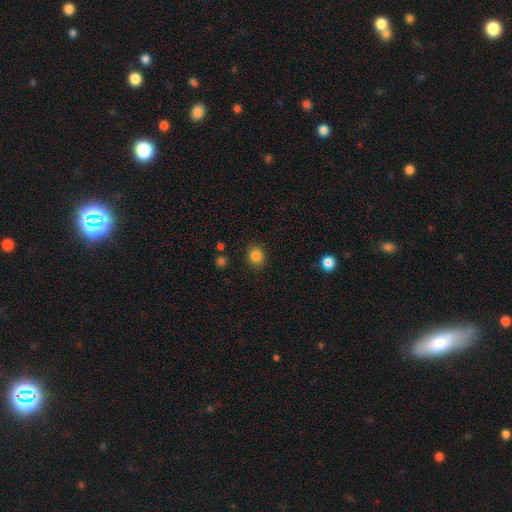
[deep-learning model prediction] Morphology: type=smooth (84%); roundness=round (78%); merging=none (87%).